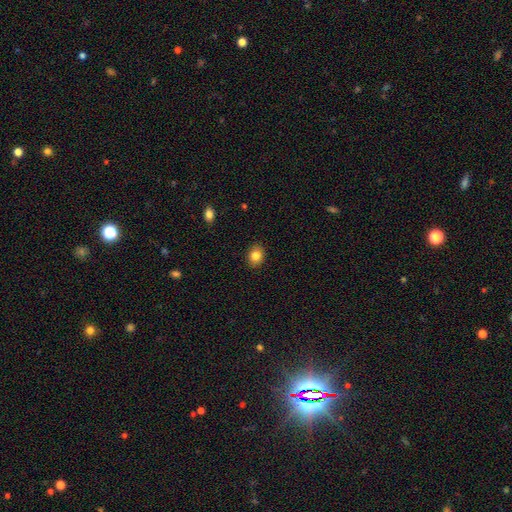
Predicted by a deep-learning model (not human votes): A smooth galaxy with no disk features (83%) that is in between round and cigar-shaped (51%).

Vote fractions:
- Smooth or featured? smooth: 83% / star or artifact: 10% / featured or disk: 7%
- How rounded? in between: 51% / round: 48% / cigar-shaped: 1%
- Merging? none: 90% / minor disturbance: 7% / major disturbance: 2% / merger: 1%